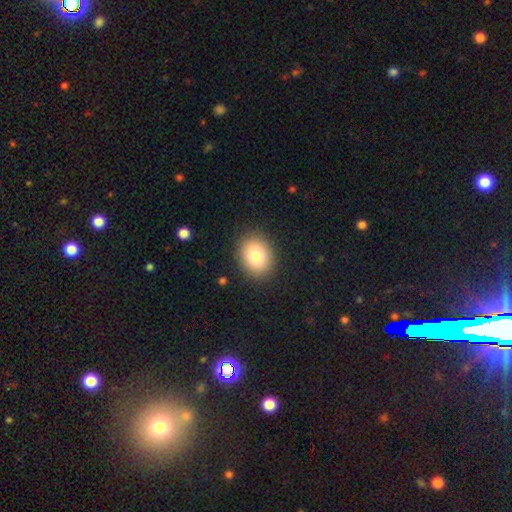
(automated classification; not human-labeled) This appears to be a smooth galaxy with no disk features (81%) that is in between round and cigar-shaped (57%). Merging: none (89%).